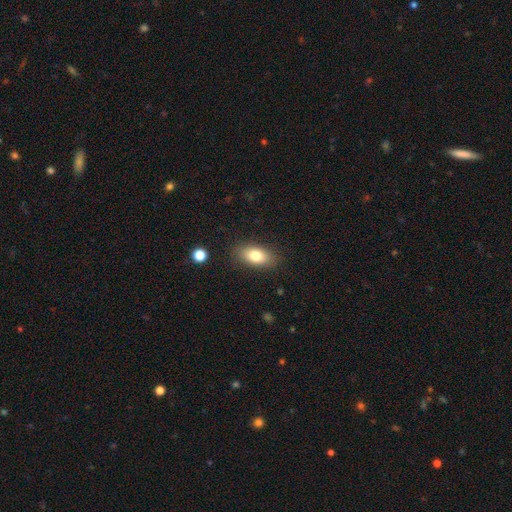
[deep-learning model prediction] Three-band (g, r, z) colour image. It shows a smooth galaxy with no disk features (79%) that is in between round and cigar-shaped (88%). Merging: none (85%).